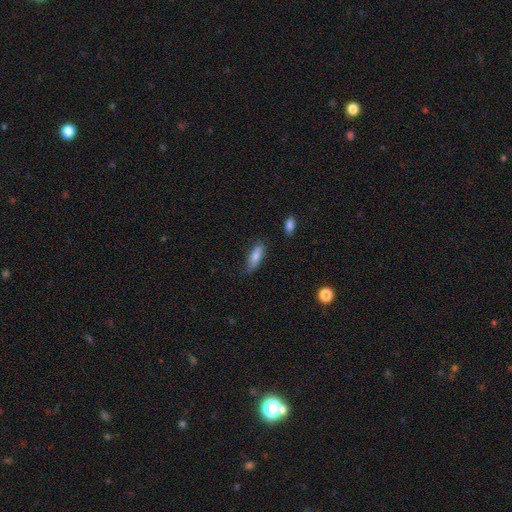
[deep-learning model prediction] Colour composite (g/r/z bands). It shows a smooth galaxy with no disk features (79%) that is in between round and cigar-shaped (59%). Merging: none (62%).